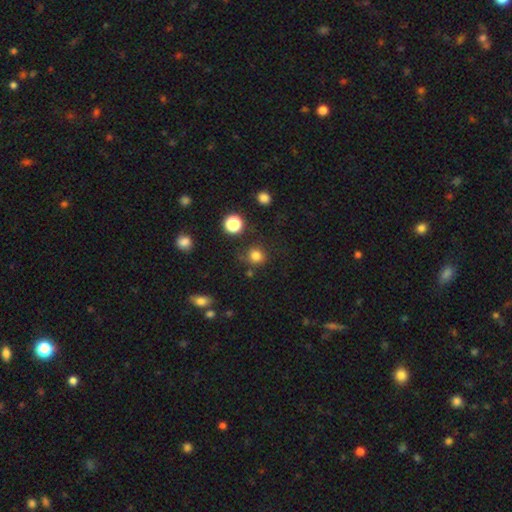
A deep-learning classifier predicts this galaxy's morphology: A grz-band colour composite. It shows a smooth galaxy with no disk features (80%) that is round (89%). Merging: none (79%).